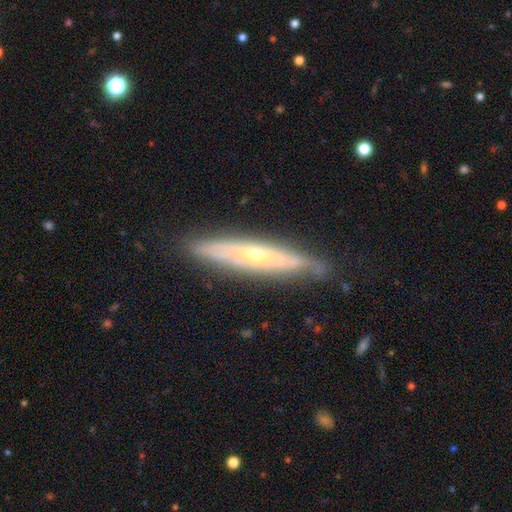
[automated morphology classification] A featured or disk galaxy (72%) viewed edge-on (69%).

Vote fractions:
- Smooth or featured? featured or disk: 72% / smooth: 22% / star or artifact: 6%
- Edge-on disk? yes: 69% / no: 31%
- Merging? none: 79% / minor disturbance: 16% / major disturbance: 3% / merger: 2%